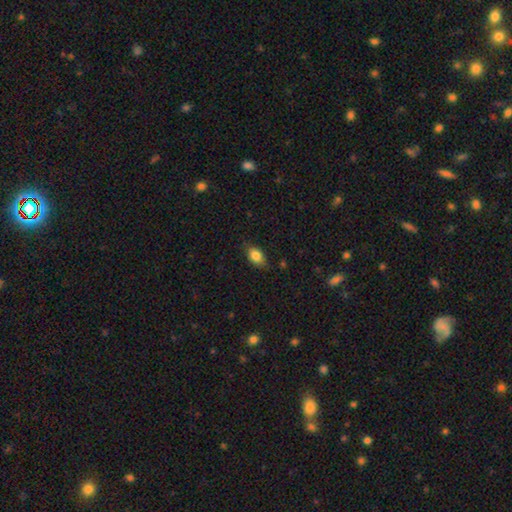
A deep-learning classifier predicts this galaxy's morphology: smooth 83%, featured or disk 8%, star or artifact 8%. Down the decision tree: how rounded — in between (83%); merging — none (76%).